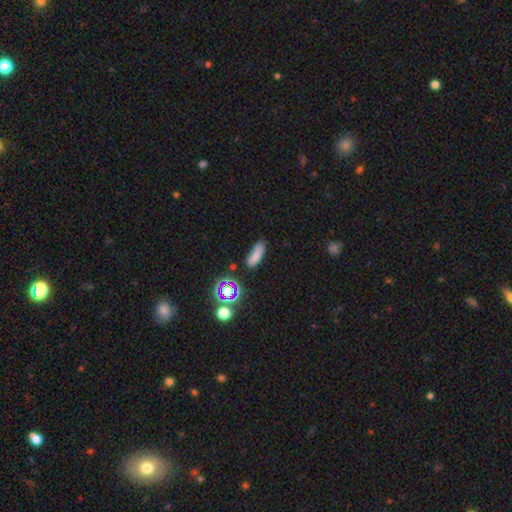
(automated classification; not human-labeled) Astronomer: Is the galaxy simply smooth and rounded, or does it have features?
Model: smooth — 74%.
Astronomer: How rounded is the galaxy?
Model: in between — 56% (runner-up: cigar-shaped, 39%).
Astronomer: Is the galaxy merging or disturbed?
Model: none — 73%.